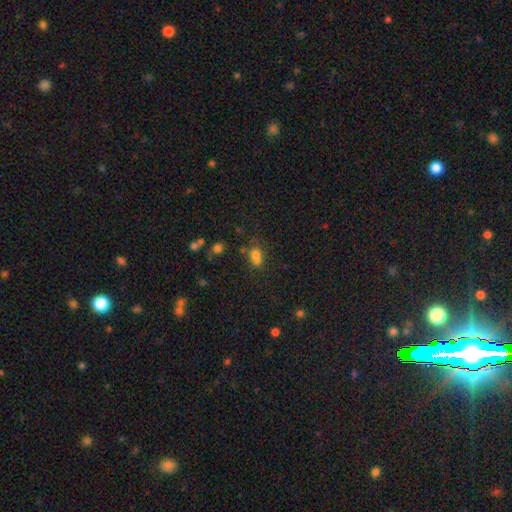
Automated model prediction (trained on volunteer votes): smooth-or-featured: smooth: 70% | star or artifact: 17% | featured or disk: 12%
  how-rounded: round: 53% | in between: 45% | cigar-shaped: 2%
  merging: merger: 45% | none: 36% | minor disturbance: 13% | major disturbance: 7%